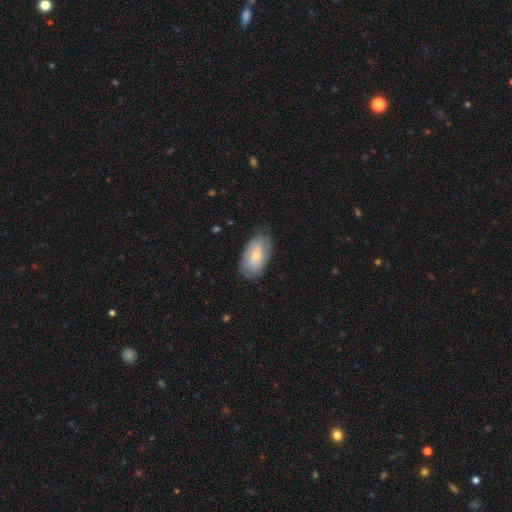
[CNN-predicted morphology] Q: Smooth or featured?
A: smooth (60%); runner-up: featured or disk (34%)
Q: How rounded?
A: in between (93%); runner-up: round (4%)
Q: Merging?
A: none (75%); runner-up: minor disturbance (20%)